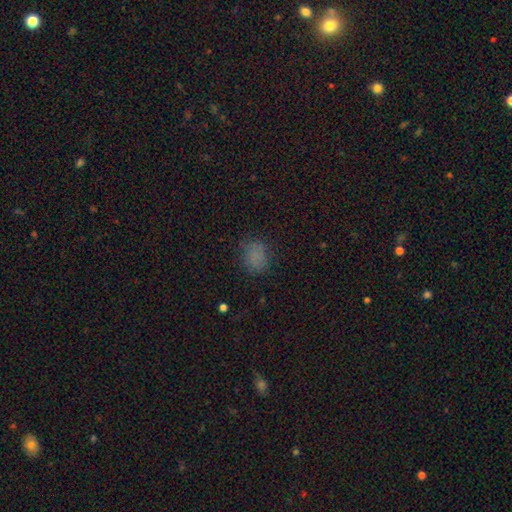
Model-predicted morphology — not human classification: smooth_or_featured: smooth (p=0.76) [alt: star or artifact p=0.17]
how_rounded: round (p=0.52) [alt: in between p=0.46]
merging: none (p=0.76) [alt: minor disturbance p=0.17]